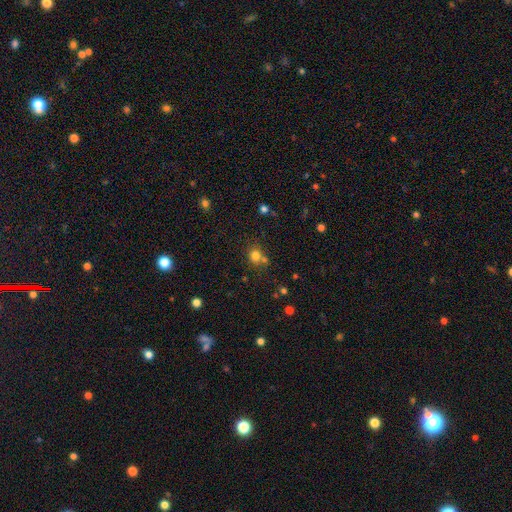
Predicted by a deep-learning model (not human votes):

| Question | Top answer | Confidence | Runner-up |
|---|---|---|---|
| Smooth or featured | smooth | 75% | star or artifact (16%) |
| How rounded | round | 77% | in between (22%) |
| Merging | none | 56% | merger (27%) |